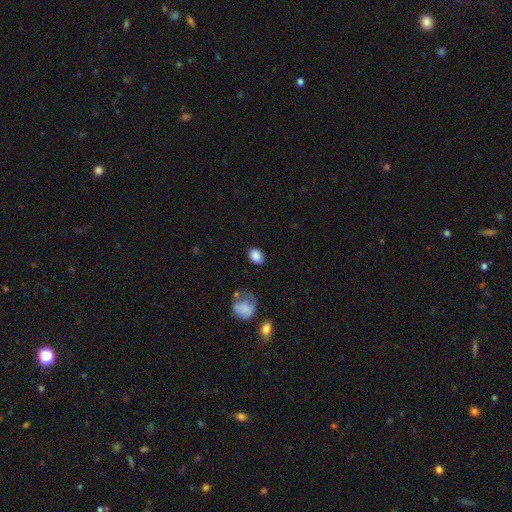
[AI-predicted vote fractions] The model was most divided on "how rounded": in between: 67%, round: 32%, cigar-shaped: 1%. More confident: smooth or featured — smooth (86%); merging — none (81%).